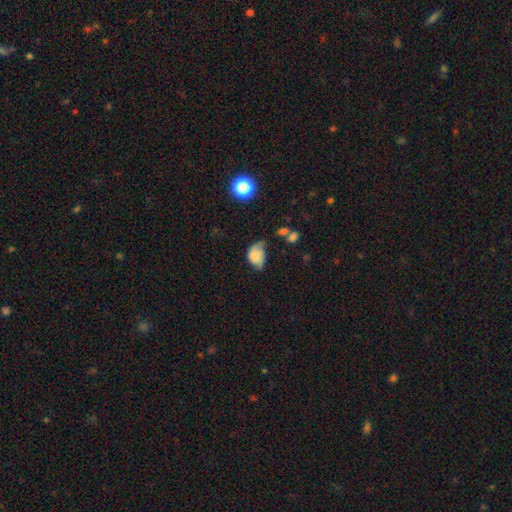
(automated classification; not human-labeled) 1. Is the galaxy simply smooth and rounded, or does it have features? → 61% smooth, 29% featured or disk, 10% star or artifact.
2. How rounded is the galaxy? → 73% in between, 26% round, 1% cigar-shaped.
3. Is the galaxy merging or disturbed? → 38% minor disturbance, 31% major disturbance, 25% none, 6% merger.